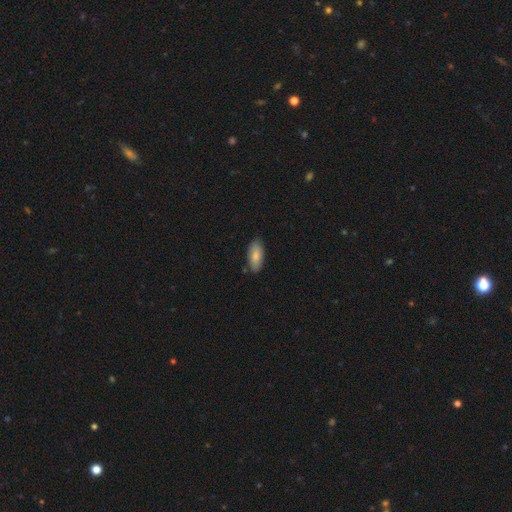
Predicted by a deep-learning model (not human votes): A smooth galaxy with no disk features (81%) that is in between round and cigar-shaped (85%).

Vote fractions:
- Smooth or featured? smooth: 81% / featured or disk: 13% / star or artifact: 6%
- How rounded? in between: 85% / cigar-shaped: 13% / round: 2%
- Merging? none: 83% / minor disturbance: 14% / major disturbance: 2% / merger: 1%